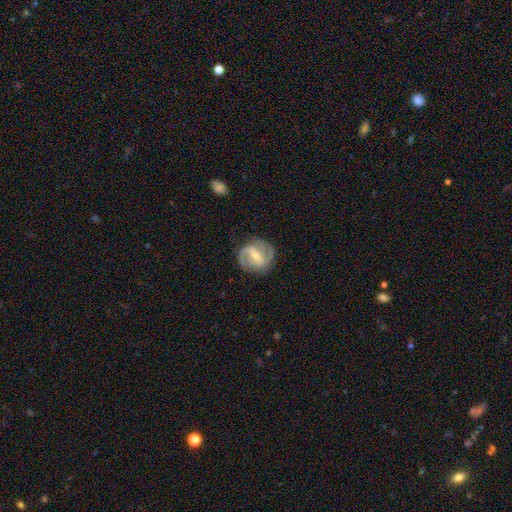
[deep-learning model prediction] This appears to be a featured or disk galaxy (83%) with a strong bar (47%), 2 (82%) medium (50%) spiral arms (91%) and a small central bulge (49%). Merging: none (77%).